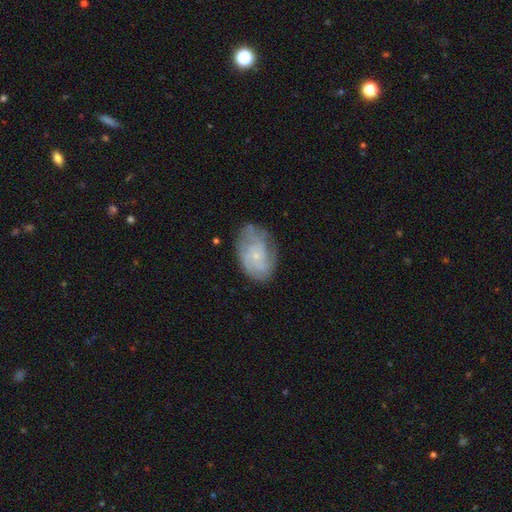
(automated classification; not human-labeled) smooth-or-featured: featured or disk: 66% | smooth: 27% | star or artifact: 7%
  disk-edge-on: no: 97% | yes: 3%
    bar: no: 80% | weak: 18% | strong: 2%
    has-spiral-arms: yes: 84% | no: 16%
      spiral-winding: tight: 53% | medium: 34% | loose: 13%
      spiral-arm-count: can't tell: 45% | 2: 18% | 3: 17% | 4: 10% | 1: 5% | more than 4: 5%
    bulge-size: small: 80% | moderate: 13% | none: 5% | large: 1% | dominant: 1%
  merging: none: 65% | minor disturbance: 24% | major disturbance: 9% | merger: 2%